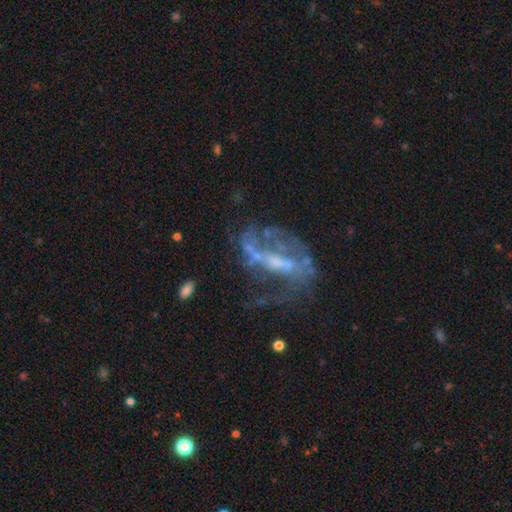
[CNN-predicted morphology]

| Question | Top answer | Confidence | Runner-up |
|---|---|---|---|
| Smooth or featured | featured or disk | 78% | smooth (12%) |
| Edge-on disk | no | 93% | yes (7%) |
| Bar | strong | 39% | weak (33%) |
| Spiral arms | yes | 61% | no (39%) |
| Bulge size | moderate | 34% | tied: small (34%) |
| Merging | none | 41% | major disturbance (34%) |